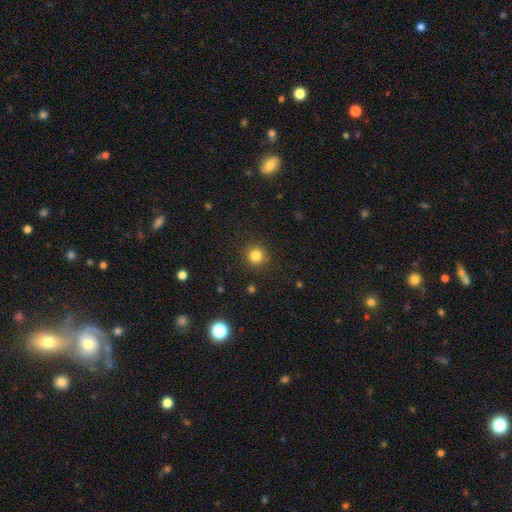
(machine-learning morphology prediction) smooth-or-featured: smooth: 82% | star or artifact: 13% | featured or disk: 5%
  how-rounded: round: 93% | in between: 6% | cigar-shaped: 1%
  merging: none: 90% | minor disturbance: 6% | major disturbance: 2% | merger: 1%